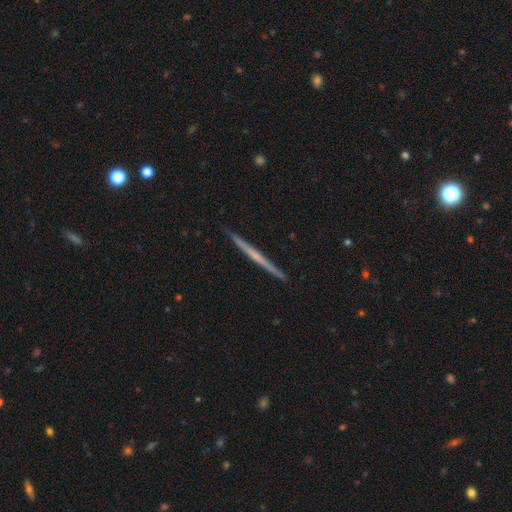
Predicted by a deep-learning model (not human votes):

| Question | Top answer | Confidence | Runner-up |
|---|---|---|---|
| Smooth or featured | featured or disk | 64% | smooth (31%) |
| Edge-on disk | yes | 98% | no (2%) |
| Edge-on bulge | none | 78% | rounded (18%) |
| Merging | none | 93% | minor disturbance (5%) |